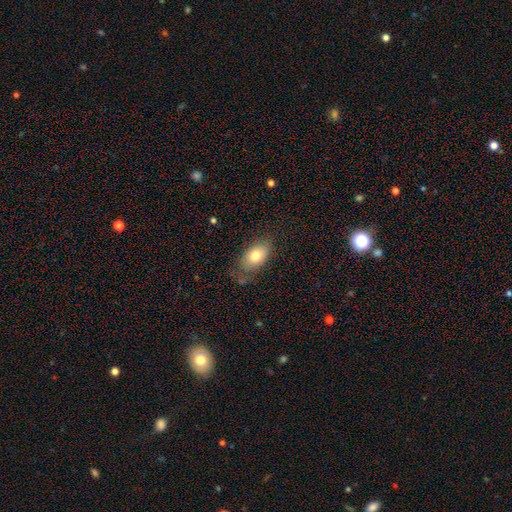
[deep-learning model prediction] Smooth or featured?
  - smooth: 75% *
  - featured or disk: 17%
  - star or artifact: 8%
How rounded?
  - in between: 90% *
  - round: 7%
  - cigar-shaped: 3%
Merging?
  - none: 64% *
  - minor disturbance: 24%
  - major disturbance: 10%
  - merger: 2%